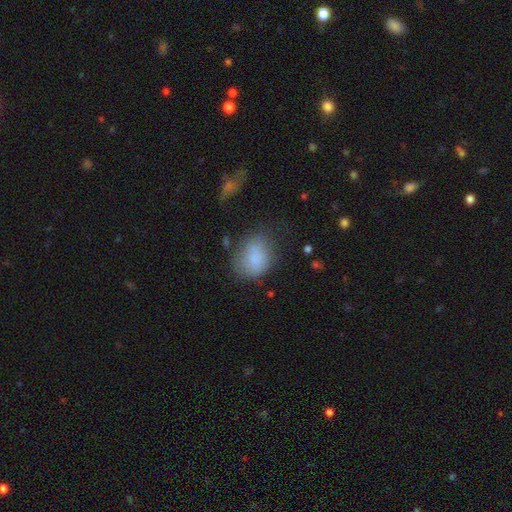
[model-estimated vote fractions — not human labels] smooth_or_featured: smooth (p=0.79) [alt: featured or disk p=0.12]
how_rounded: in between (p=0.59) [alt: round p=0.39]
merging: none (p=0.50) [alt: minor disturbance p=0.30]